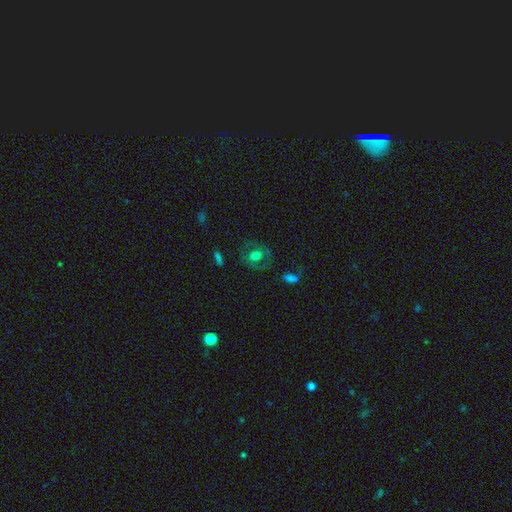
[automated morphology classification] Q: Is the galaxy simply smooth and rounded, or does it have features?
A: smooth — 47%.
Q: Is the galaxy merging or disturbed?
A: none — 73%.